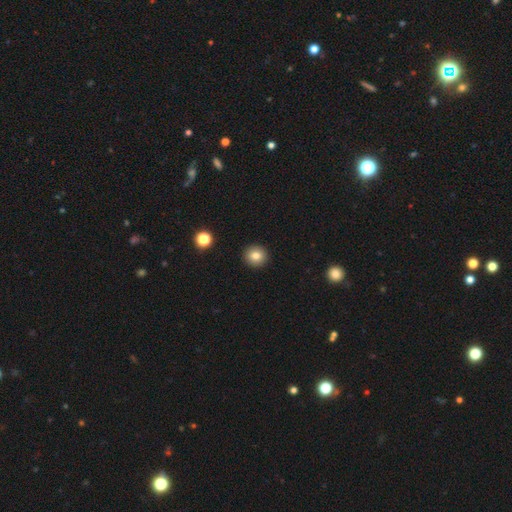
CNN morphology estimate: A smooth galaxy with no disk features (81%) that is round (92%).

Vote fractions:
- Smooth or featured? smooth: 81% / star or artifact: 11% / featured or disk: 8%
- How rounded? round: 92% / in between: 7% / cigar-shaped: 1%
- Merging? none: 92% / minor disturbance: 5% / major disturbance: 2% / merger: 1%